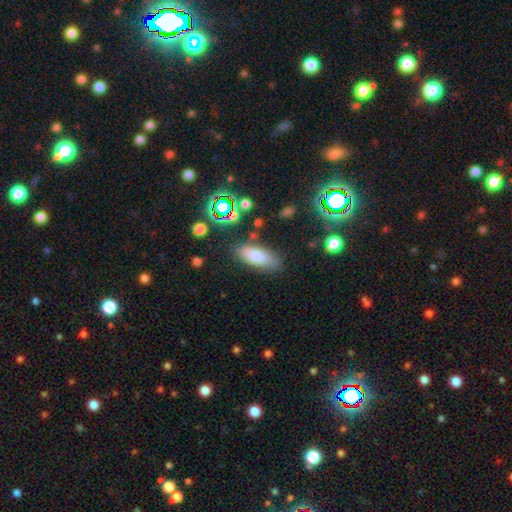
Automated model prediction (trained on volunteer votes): smooth 77%, featured or disk 13%, star or artifact 10%. Down the decision tree: how rounded — in between (76%); merging — none (77%).